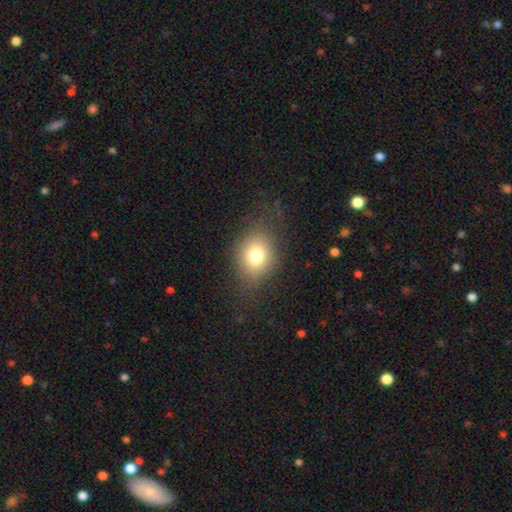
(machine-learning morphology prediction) Smooth or featured? Predicted: smooth (p=0.74). How rounded? Predicted: round (p=0.53). Merging? Predicted: none (p=0.77).